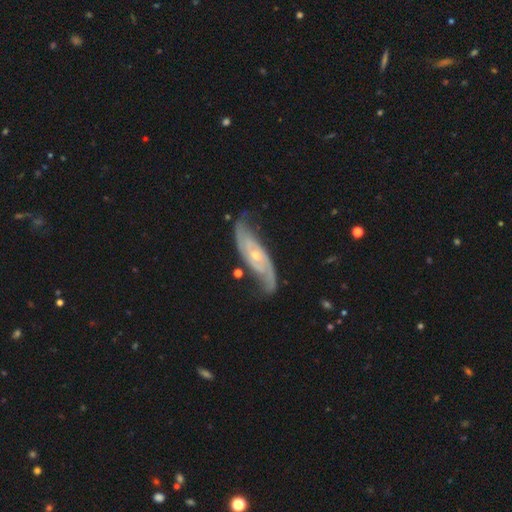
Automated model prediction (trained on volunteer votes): A featured or disk galaxy (86%) with no bar (64%), 2 (82%) medium (42%) spiral arms (96%) and a small central bulge (65%). Merging: none (67%).